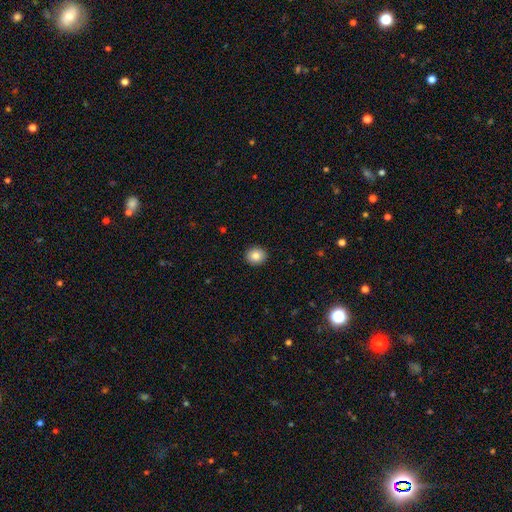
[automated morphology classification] Smooth or featured? Predicted: smooth (p=0.84). How rounded? Predicted: round (p=0.84). Merging? Predicted: none (p=0.92).